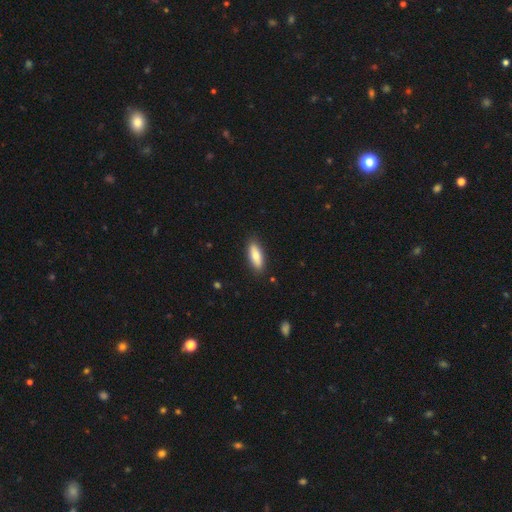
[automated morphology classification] smooth_or_featured: smooth (p=0.79) [alt: featured or disk p=0.15]
how_rounded: in between (p=0.63) [alt: cigar-shaped p=0.35]
merging: none (p=0.87) [alt: minor disturbance p=0.09]